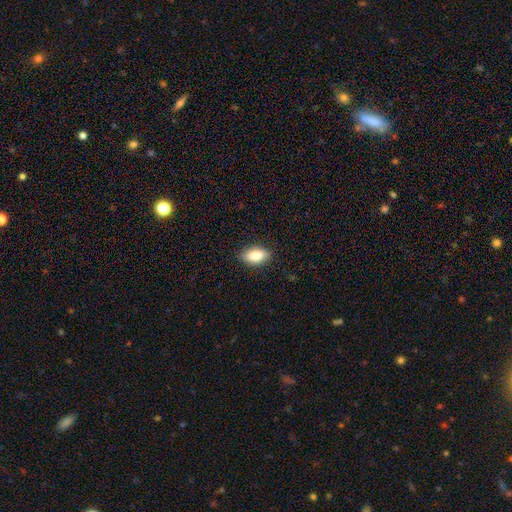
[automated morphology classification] This is clearly a smooth galaxy (84%). How rounded: clearly in between (89%). Merging: clearly none (87%).